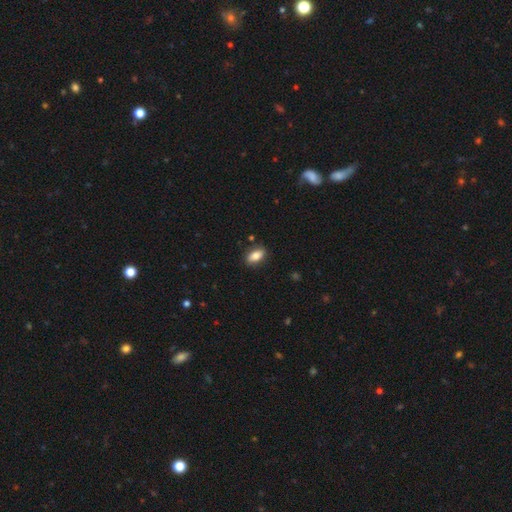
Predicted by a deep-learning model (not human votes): Smooth or featured?
  - smooth: 82% *
  - featured or disk: 11%
  - star or artifact: 7%
How rounded?
  - in between: 89% *
  - cigar-shaped: 6%
  - round: 5%
Merging?
  - none: 85% *
  - minor disturbance: 11%
  - major disturbance: 2%
  - merger: 2%